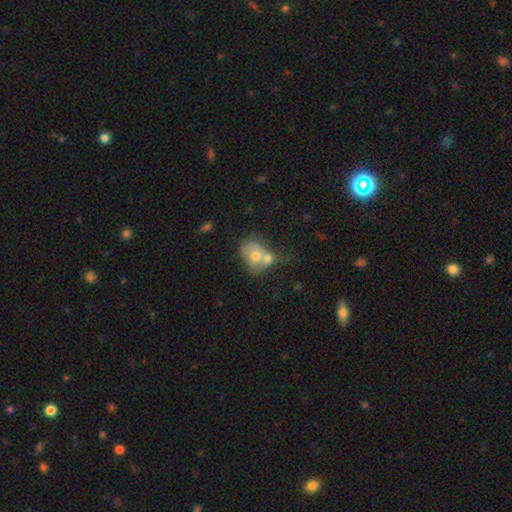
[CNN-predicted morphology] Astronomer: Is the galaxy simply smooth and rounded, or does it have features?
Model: smooth — 53% (runner-up: featured or disk, 39%).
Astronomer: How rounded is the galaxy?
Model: in between — 51% (runner-up: round, 48%).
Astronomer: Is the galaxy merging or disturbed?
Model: merger — 64%.